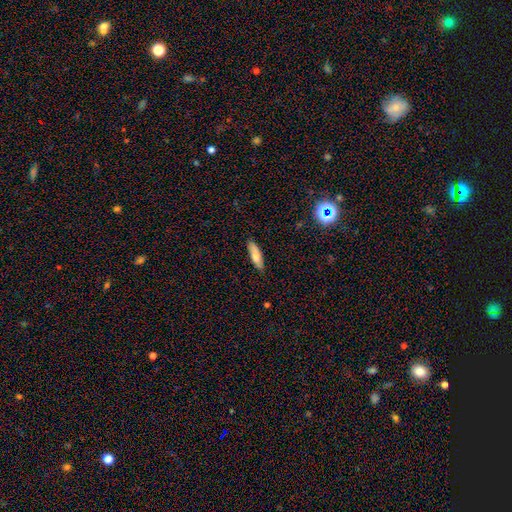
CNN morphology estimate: Smooth or featured? smooth (78%)
How rounded? cigar-shaped (59%)
Merging? none (84%)